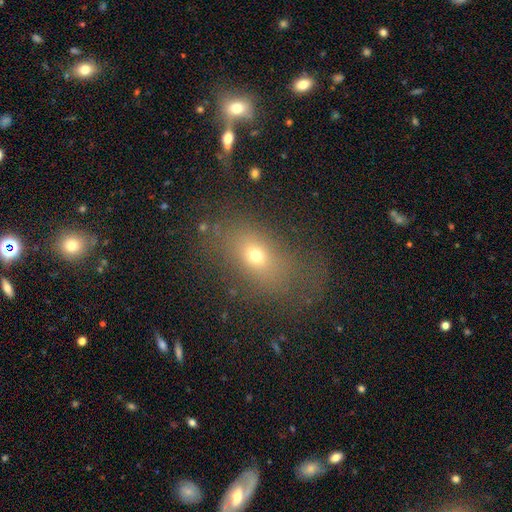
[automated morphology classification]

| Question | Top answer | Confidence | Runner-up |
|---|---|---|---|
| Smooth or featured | smooth | 63% | star or artifact (18%) |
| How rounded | in between | 72% | round (24%) |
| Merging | none | 68% | minor disturbance (16%) |